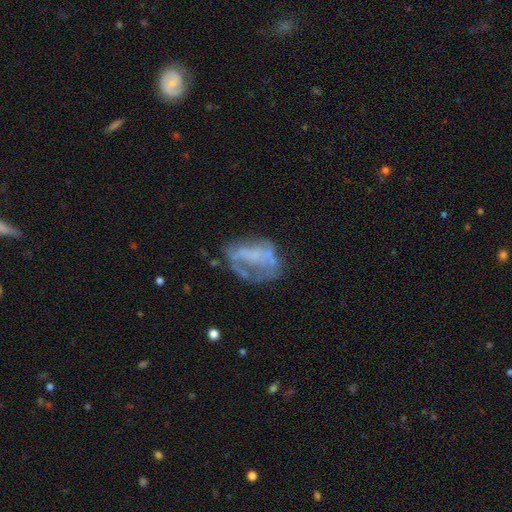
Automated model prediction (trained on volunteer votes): smooth-or-featured: featured or disk: 57% | smooth: 30% | star or artifact: 13%
  disk-edge-on: no: 97% | yes: 3%
    bar: no: 80% | weak: 14% | strong: 6%
    has-spiral-arms: no: 79% | yes: 21%
    bulge-size: none: 69% | small: 15% | moderate: 11% | large: 4% | dominant: 1%
  merging: none: 38% | major disturbance: 32% | minor disturbance: 23% | merger: 7%